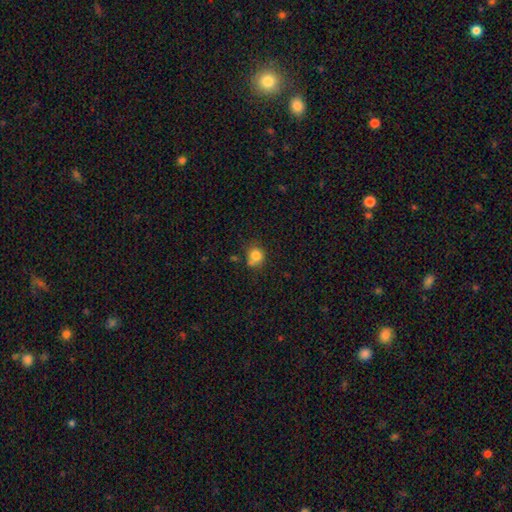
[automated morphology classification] smooth 81%, star or artifact 11%, featured or disk 8%. Down the decision tree: how rounded — round (78%); merging — none (59%).